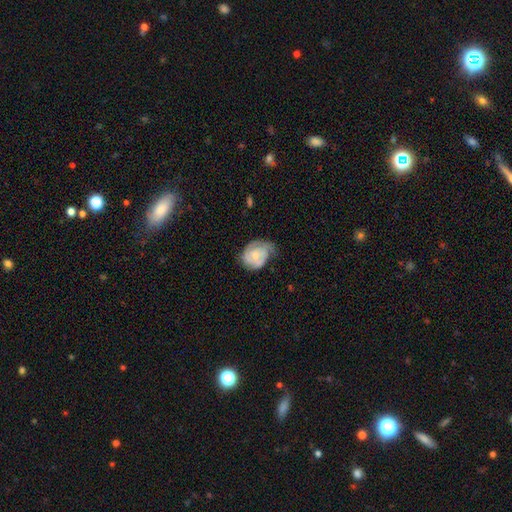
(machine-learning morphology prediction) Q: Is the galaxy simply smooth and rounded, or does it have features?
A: featured or disk — 65%.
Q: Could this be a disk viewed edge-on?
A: no — 97%.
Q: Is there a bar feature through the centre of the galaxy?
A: no — 72%.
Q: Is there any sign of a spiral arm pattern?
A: yes — 86%.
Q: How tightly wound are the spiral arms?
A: tight — 55%.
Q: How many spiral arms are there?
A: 2 — 39%.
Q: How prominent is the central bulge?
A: small — 52%.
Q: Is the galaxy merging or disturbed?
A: none — 42%.